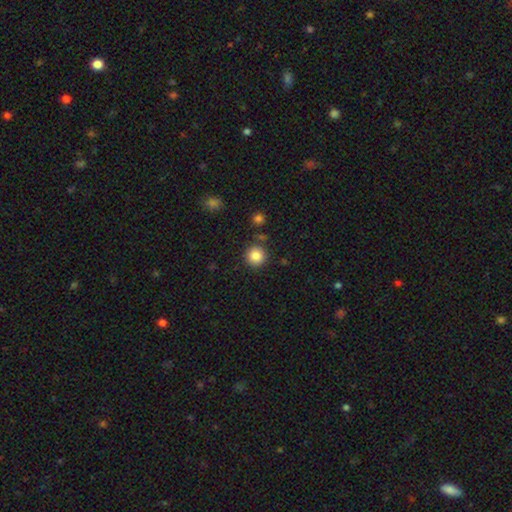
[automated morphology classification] smooth-or-featured: smooth: 86% | star or artifact: 10% | featured or disk: 4%
  how-rounded: round: 93% | in between: 6% | cigar-shaped: 1%
  merging: none: 86% | minor disturbance: 7% | merger: 4% | major disturbance: 3%